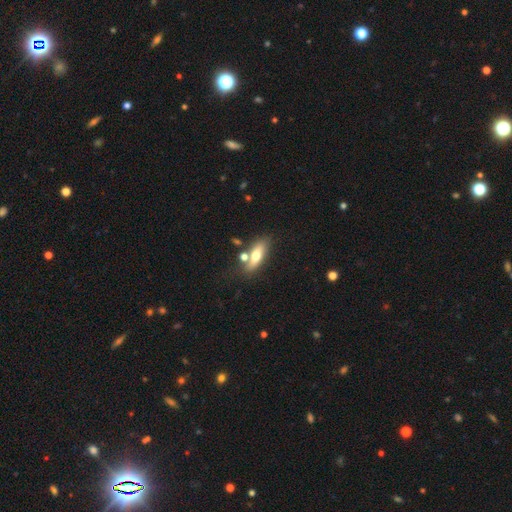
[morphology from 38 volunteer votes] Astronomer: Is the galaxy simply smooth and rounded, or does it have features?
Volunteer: smooth — 61%.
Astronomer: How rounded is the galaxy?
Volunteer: in between — 78%.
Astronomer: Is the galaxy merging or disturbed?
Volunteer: none — 47% (runner-up: merger, 31%).